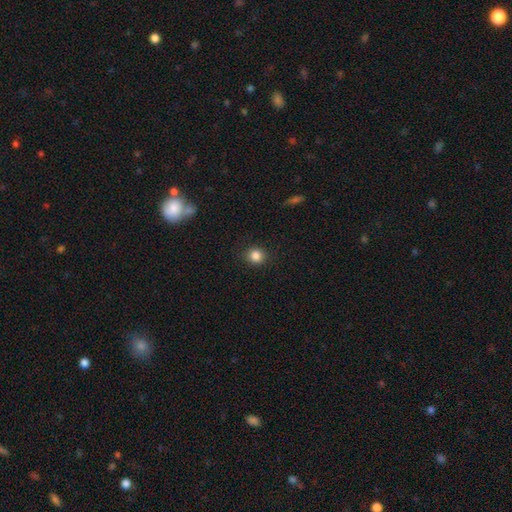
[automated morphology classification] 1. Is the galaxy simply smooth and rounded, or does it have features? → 85% smooth, 11% star or artifact, 4% featured or disk.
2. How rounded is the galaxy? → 84% round, 15% in between, 1% cigar-shaped.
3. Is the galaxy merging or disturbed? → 89% none, 8% minor disturbance, 2% major disturbance, 1% merger.